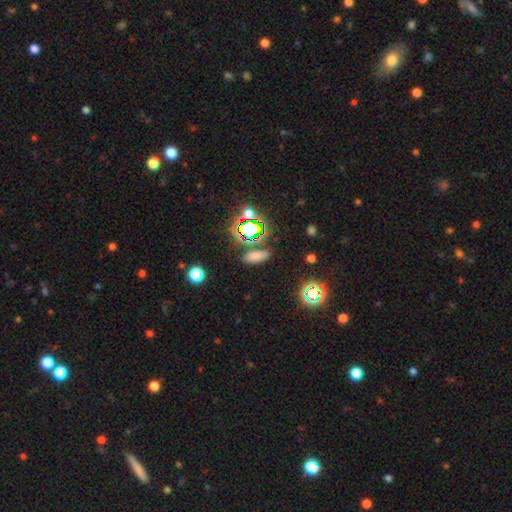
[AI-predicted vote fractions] Smooth or featured? Predicted: smooth (p=0.64). How rounded? Predicted: in between (p=0.70). Merging? Predicted: none (p=0.81).